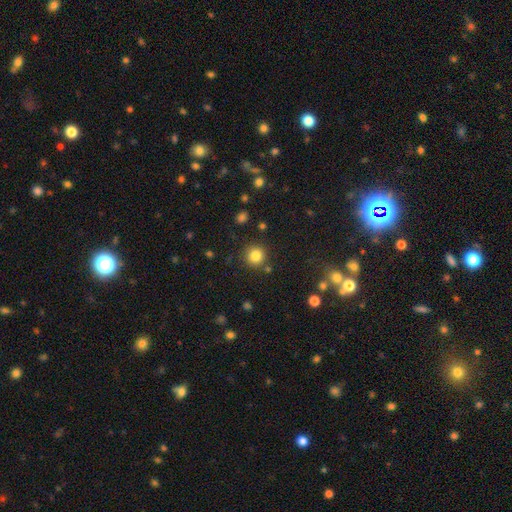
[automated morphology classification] Smooth or featured? smooth (82%)
How rounded? round (93%)
Merging? none (86%)